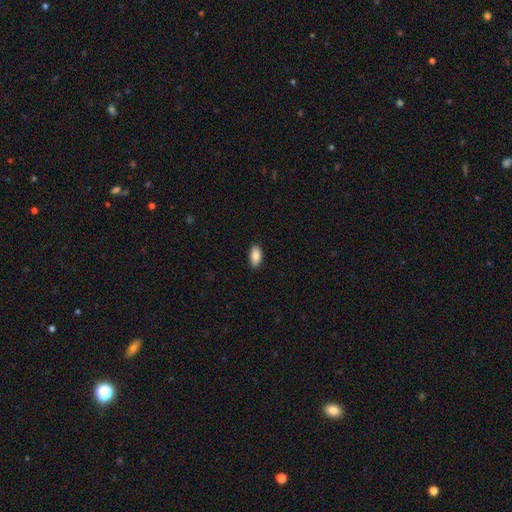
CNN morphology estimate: The model was most divided on "merging": none: 88%, minor disturbance: 9%, major disturbance: 2%, merger: 1%. More confident: how rounded — in between (92%); smooth or featured — smooth (86%).